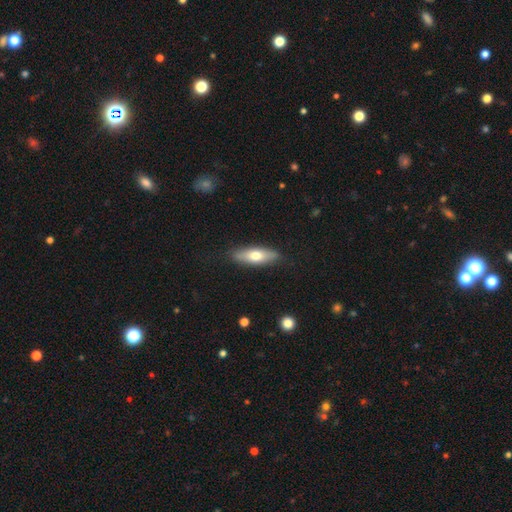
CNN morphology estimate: A smooth galaxy with no disk features (63%) that is in between round and cigar-shaped (54%). Merging: none (86%).